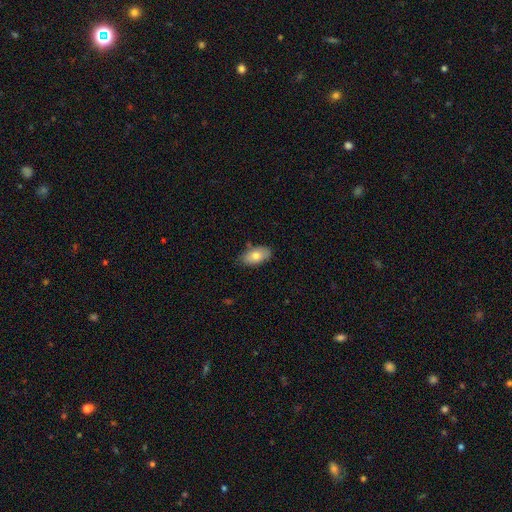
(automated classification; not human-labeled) Smooth or featured? smooth (76%)
How rounded? in between (93%)
Merging? none (80%)